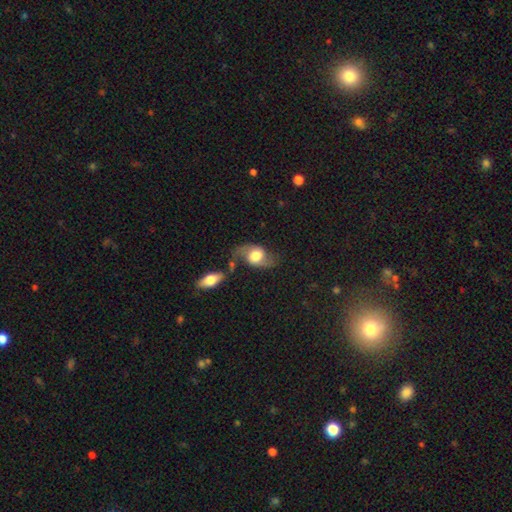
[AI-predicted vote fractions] smooth_or_featured: featured or disk (p=0.62) [alt: smooth p=0.31]
disk_edge_on: no (p=0.93) [alt: yes p=0.07]
bar: no (p=0.60) [alt: weak p=0.32]
has_spiral_arms: yes (p=0.86) [alt: no p=0.14]
bulge_size: large (p=0.51) [alt: moderate p=0.34]
merging: none (p=0.53) [alt: minor disturbance p=0.21]